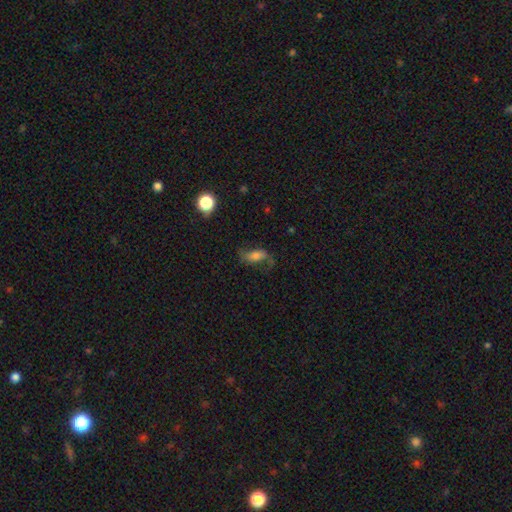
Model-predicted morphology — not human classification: Overall: featured or disk (57%; smooth 33%). Edge-on disk: no (93%). Bar: no (44%; weak 35%). Spiral arms: yes (88%). Bulge size: moderate (37%; small 30%). Merging: none (60%).